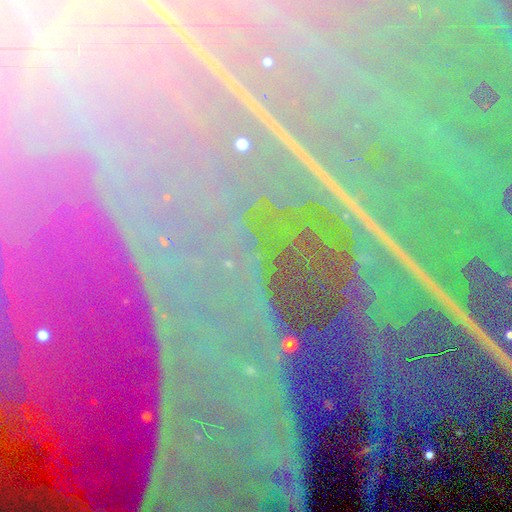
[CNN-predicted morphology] This appears to be a star or artifact, not a galaxy (88%).